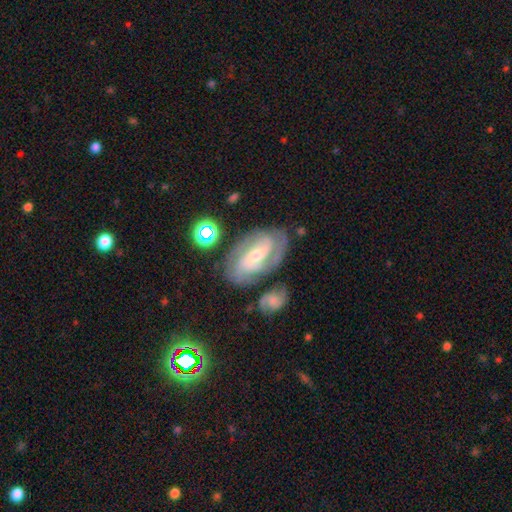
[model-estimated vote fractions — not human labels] Q: Smooth or featured?
A: featured or disk (80%); runner-up: smooth (13%)
Q: Edge-on disk?
A: no (95%); runner-up: yes (5%)
Q: Bar?
A: no (42%); runner-up: weak (38%)
Q: Spiral arms?
A: yes (93%); runner-up: no (7%)
Q: Spiral winding?
A: tight (50%); runner-up: medium (39%)
Q: Spiral arm count?
A: 2 (54%); runner-up: can't tell (22%)
Q: Bulge size?
A: small (56%); runner-up: moderate (39%)
Q: Merging?
A: none (69%); runner-up: minor disturbance (17%)